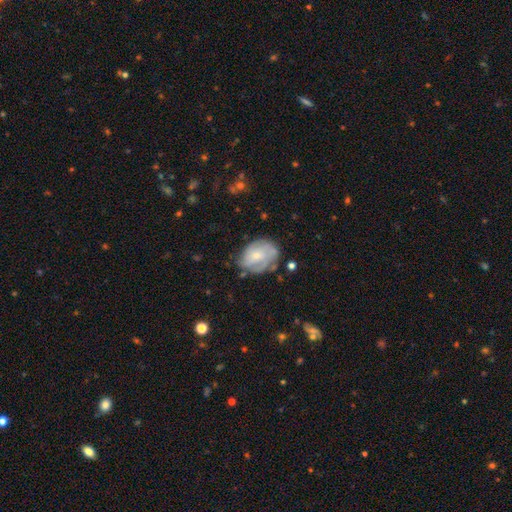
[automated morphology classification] A featured or disk galaxy (57%) with no bar (71%), spiral arms (75%) and a small central bulge (58%).

Vote fractions:
- Smooth or featured? featured or disk: 57% / smooth: 36% / star or artifact: 7%
- Edge-on disk? no: 97% / yes: 3%
- Bar? no: 71% / weak: 25% / strong: 4%
- Spiral arms? yes: 75% / no: 25%
- Bulge size? small: 58% / moderate: 32% / none: 6% / large: 3% / dominant: 1%
- Merging? none: 57% / minor disturbance: 28% / major disturbance: 12% / merger: 3%